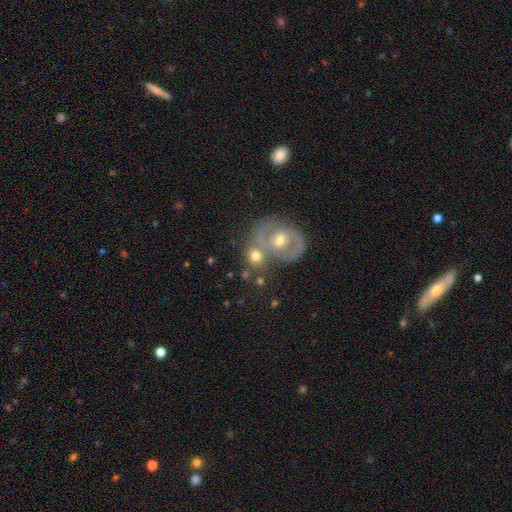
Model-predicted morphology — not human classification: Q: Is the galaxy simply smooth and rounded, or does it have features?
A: smooth — 50%.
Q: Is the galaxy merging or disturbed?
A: none — 45%.